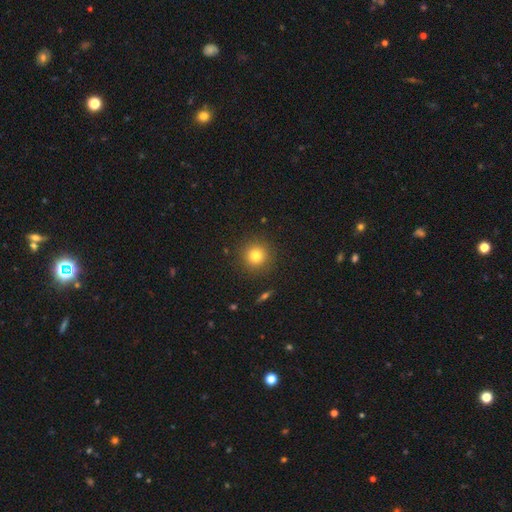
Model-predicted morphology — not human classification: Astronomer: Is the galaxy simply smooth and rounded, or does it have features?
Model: smooth — 79%.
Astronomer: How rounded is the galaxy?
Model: round — 94%.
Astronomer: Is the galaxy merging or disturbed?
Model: none — 90%.